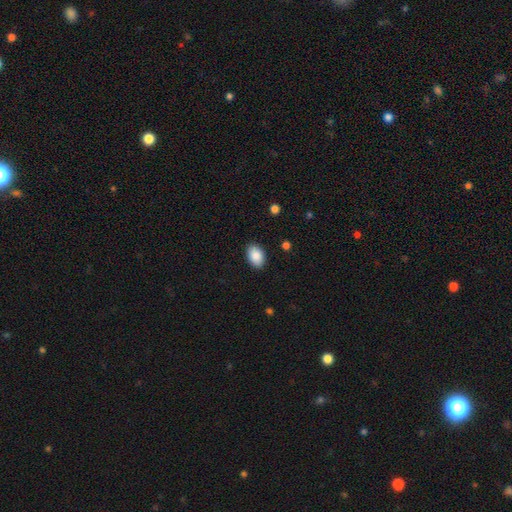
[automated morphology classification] Smooth or featured? smooth (88%)
How rounded? in between (89%)
Merging? none (88%)